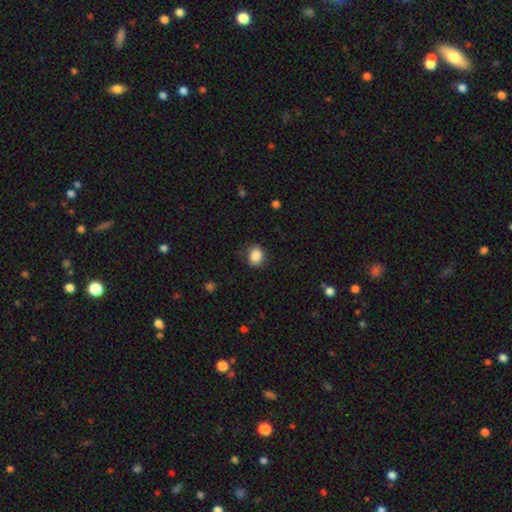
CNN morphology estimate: This is clearly a smooth galaxy (87%). How rounded: likely round (63%). Merging: clearly none (80%).